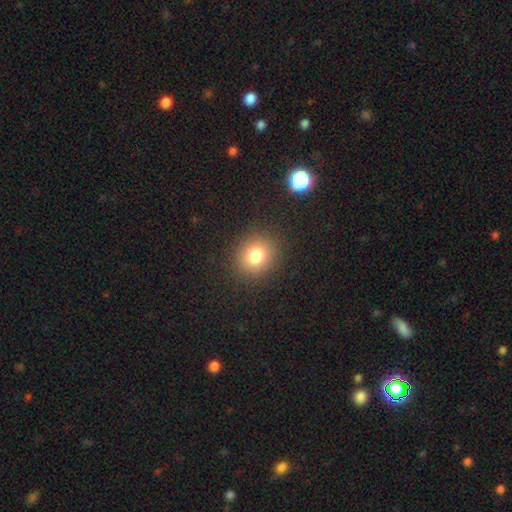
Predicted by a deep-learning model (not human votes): This is likely a smooth galaxy (79%). How rounded: likely round (71%). Merging: clearly none (88%).